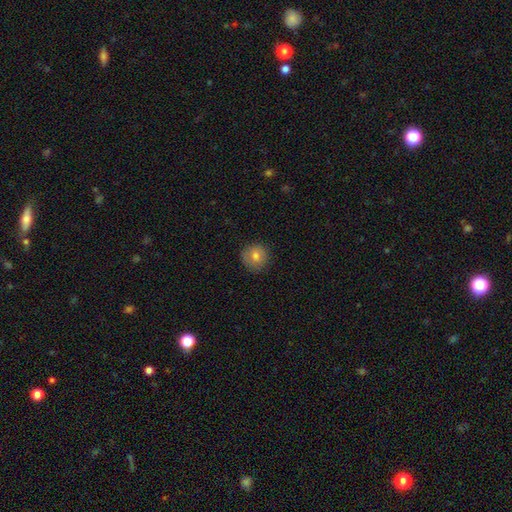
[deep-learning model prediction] Q: Smooth or featured?
A: smooth (77%); runner-up: featured or disk (12%)
Q: How rounded?
A: round (94%); runner-up: in between (5%)
Q: Merging?
A: none (87%); runner-up: minor disturbance (10%)